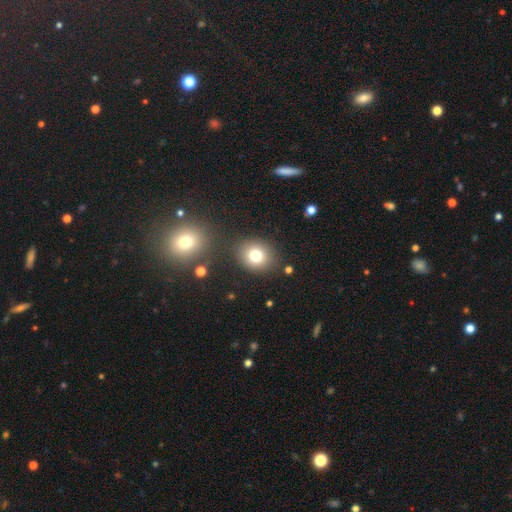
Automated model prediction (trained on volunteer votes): A smooth galaxy with no disk features (77%) that is round (68%).

Vote fractions:
- Smooth or featured? smooth: 77% / star or artifact: 13% / featured or disk: 10%
- How rounded? round: 68% / in between: 31% / cigar-shaped: 1%
- Merging? none: 83% / minor disturbance: 9% / merger: 5% / major disturbance: 3%